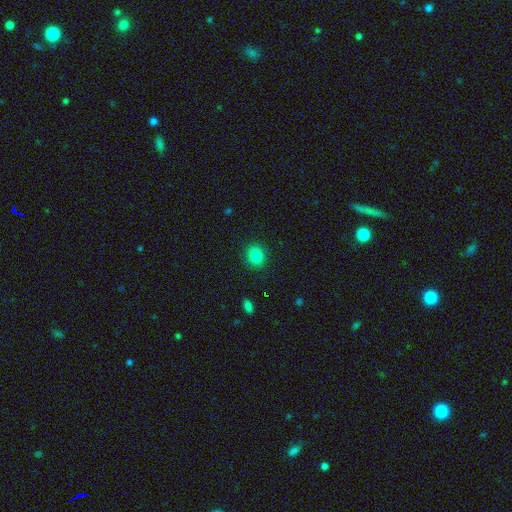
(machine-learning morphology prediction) Overall: smooth (83%). How rounded: round (74%). Merging: none (90%).